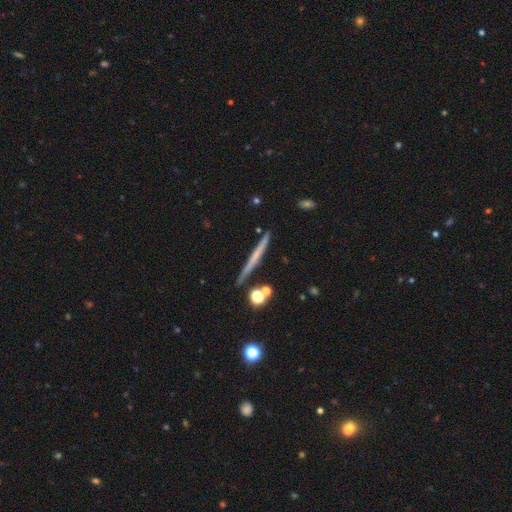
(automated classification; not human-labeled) Smooth or featured? featured or disk (51%)
Edge-on disk? yes (97%)
Merging? none (88%)